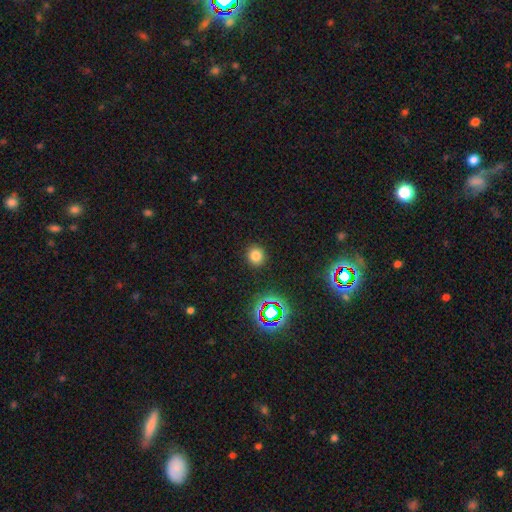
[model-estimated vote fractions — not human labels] The model was most divided on "smooth or featured": smooth: 77%, star or artifact: 17%, featured or disk: 6%. More confident: merging — none (90%); how rounded — round (89%).